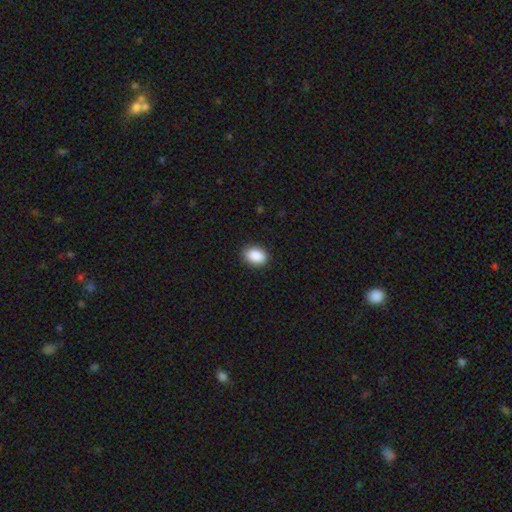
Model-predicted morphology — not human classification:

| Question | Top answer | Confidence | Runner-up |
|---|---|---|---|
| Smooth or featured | smooth | 89% | star or artifact (8%) |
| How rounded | in between | 74% | round (25%) |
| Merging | none | 89% | minor disturbance (8%) |